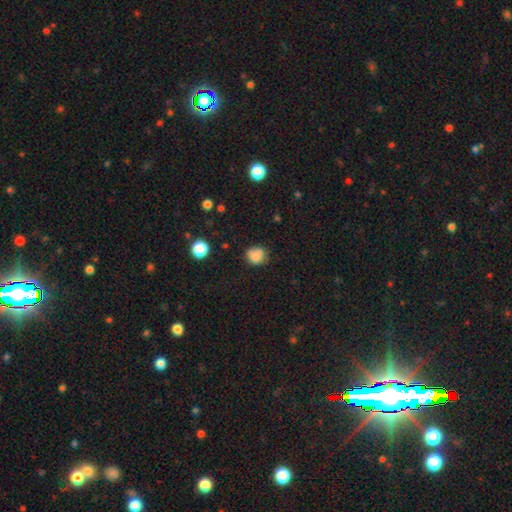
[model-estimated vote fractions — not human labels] smooth-or-featured: smooth: 79% | star or artifact: 11% | featured or disk: 10%
  how-rounded: round: 76% | in between: 23% | cigar-shaped: 1%
  merging: none: 60% | minor disturbance: 23% | merger: 10% | major disturbance: 7%